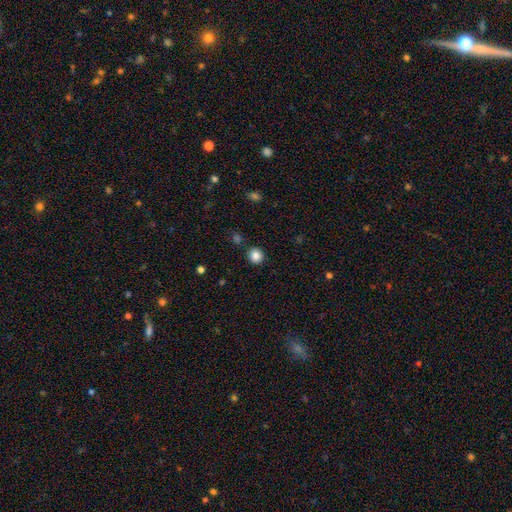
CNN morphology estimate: The model was most divided on "smooth or featured": smooth: 85%, star or artifact: 10%, featured or disk: 5%. More confident: how rounded — round (90%); merging — none (89%).